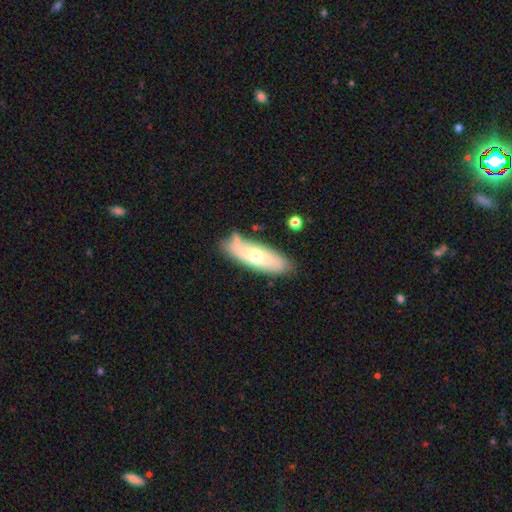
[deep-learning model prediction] Q: Smooth or featured?
A: smooth (54%); runner-up: featured or disk (39%)
Q: How rounded?
A: in between (58%); runner-up: cigar-shaped (40%)
Q: Merging?
A: none (70%); runner-up: minor disturbance (19%)